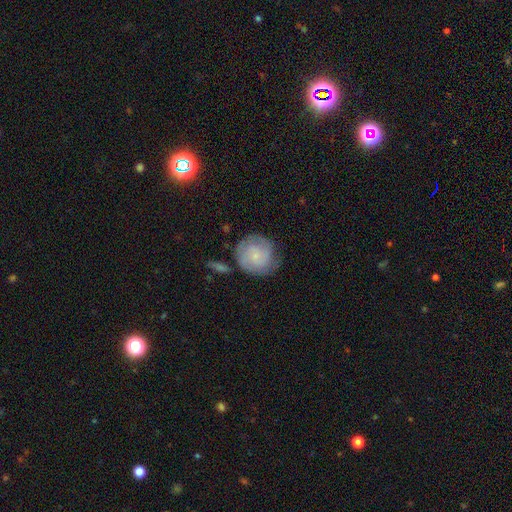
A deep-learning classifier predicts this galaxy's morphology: A featured or disk galaxy (54%) with no bar (71%), spiral arms (87%) and a small central bulge (72%). Merging: none (70%).